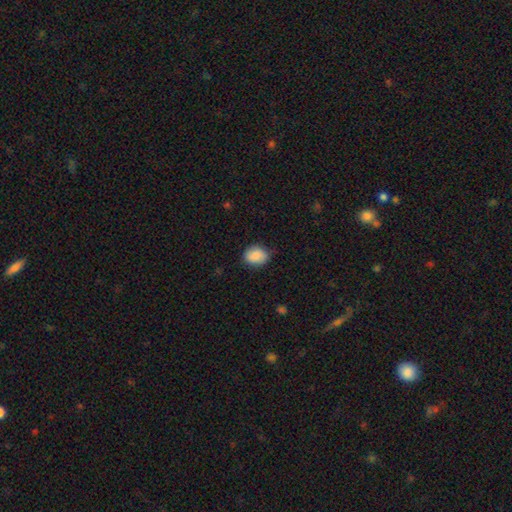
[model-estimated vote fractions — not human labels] Smooth or featured?
  - smooth: 86% *
  - star or artifact: 7%
  - featured or disk: 7%
How rounded?
  - round: 50% *
  - in between: 49%
  - cigar-shaped: 1%
Merging?
  - none: 79% *
  - minor disturbance: 17%
  - major disturbance: 3%
  - merger: 1%